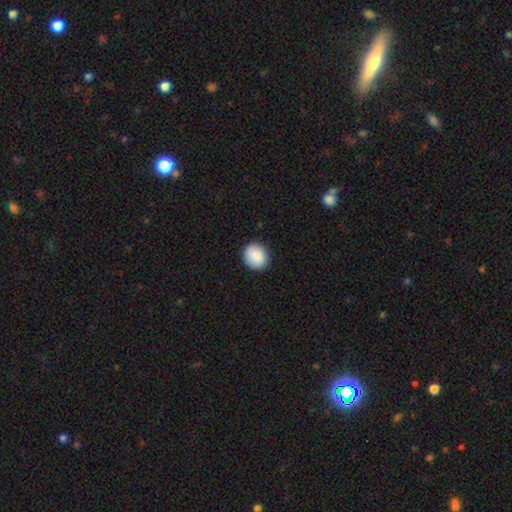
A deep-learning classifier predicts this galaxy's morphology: type=smooth (86%); roundness=round (70%); merging=none (89%).